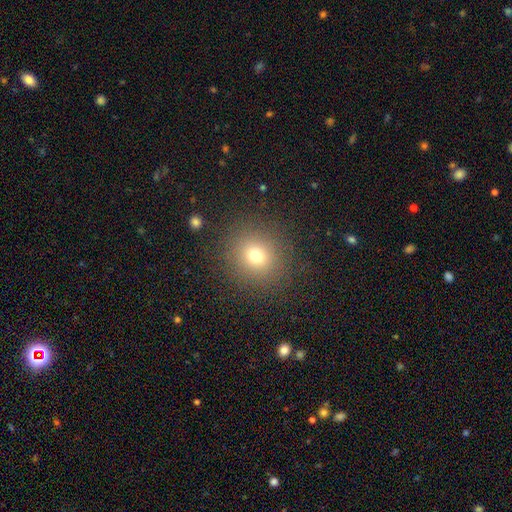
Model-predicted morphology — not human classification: A smooth galaxy with no disk features (71%) that is round (88%).

Vote fractions:
- Smooth or featured? smooth: 71% / star or artifact: 18% / featured or disk: 11%
- How rounded? round: 88% / in between: 11% / cigar-shaped: 1%
- Merging? none: 87% / minor disturbance: 8% / major disturbance: 4% / merger: 1%